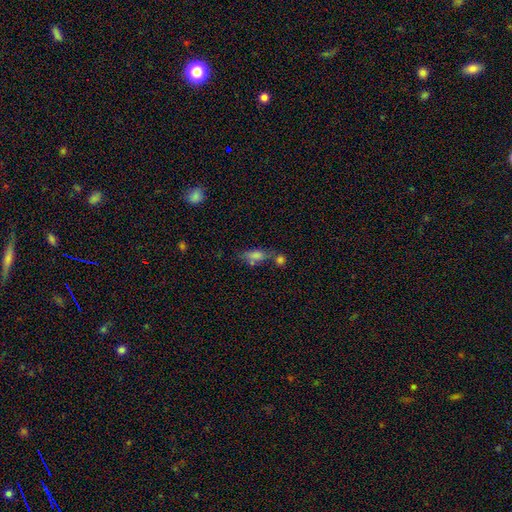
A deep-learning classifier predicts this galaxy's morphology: This appears to be a smooth galaxy with no disk features (74%) that is in between round and cigar-shaped (77%). Merging: none (38%).